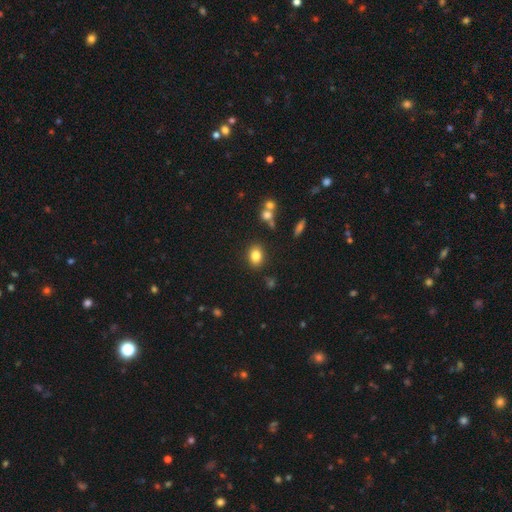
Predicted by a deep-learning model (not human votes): This is clearly a smooth galaxy (82%). How rounded: possibly in between (58%). Merging: clearly none (85%).